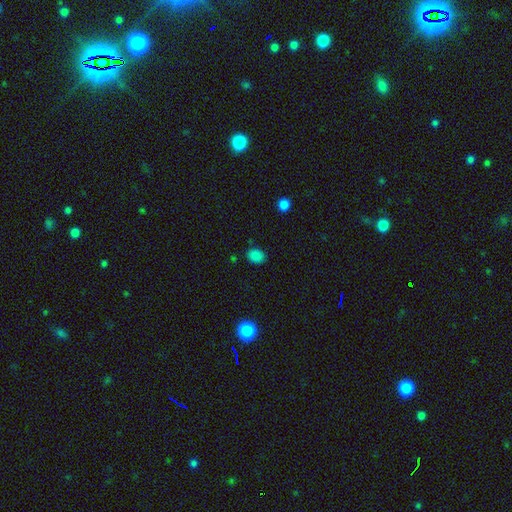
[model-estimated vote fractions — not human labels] Overall: smooth (84%). How rounded: in between (56%; round 43%). Merging: none (83%).